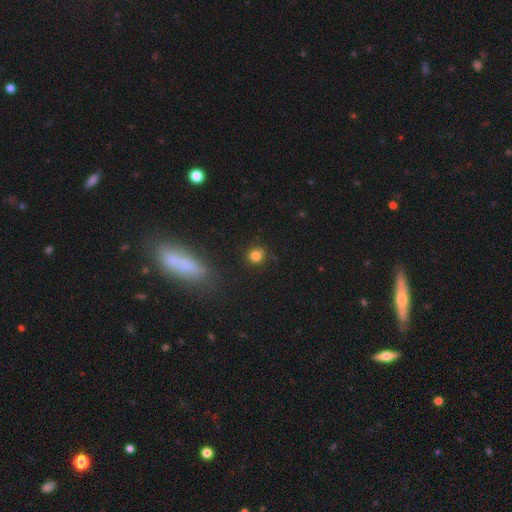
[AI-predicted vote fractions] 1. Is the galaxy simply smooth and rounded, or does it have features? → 80% smooth, 14% star or artifact, 6% featured or disk.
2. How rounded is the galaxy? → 87% round, 12% in between, 1% cigar-shaped.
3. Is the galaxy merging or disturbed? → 83% none, 11% minor disturbance, 3% major disturbance, 3% merger.